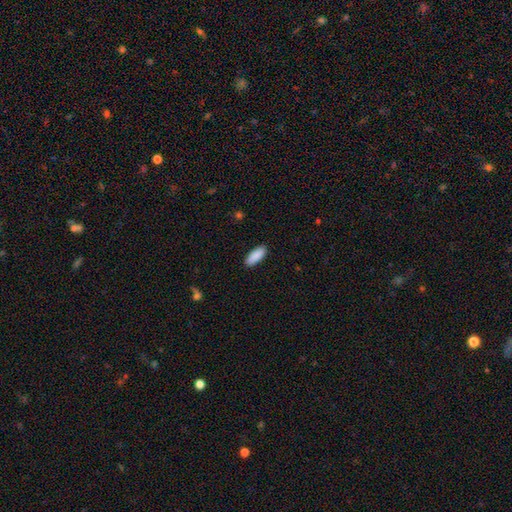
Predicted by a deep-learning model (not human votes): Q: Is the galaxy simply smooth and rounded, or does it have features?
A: smooth — 90%.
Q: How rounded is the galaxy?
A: in between — 71%.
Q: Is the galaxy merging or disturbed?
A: none — 90%.